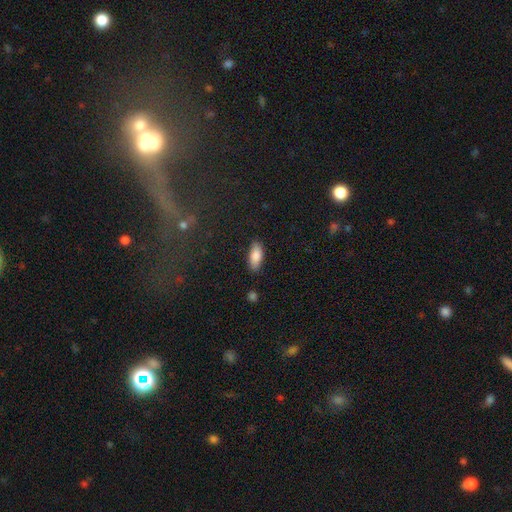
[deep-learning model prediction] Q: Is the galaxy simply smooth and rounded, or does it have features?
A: smooth — 85%.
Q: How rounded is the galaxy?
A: in between — 83%.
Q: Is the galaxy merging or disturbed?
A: none — 85%.